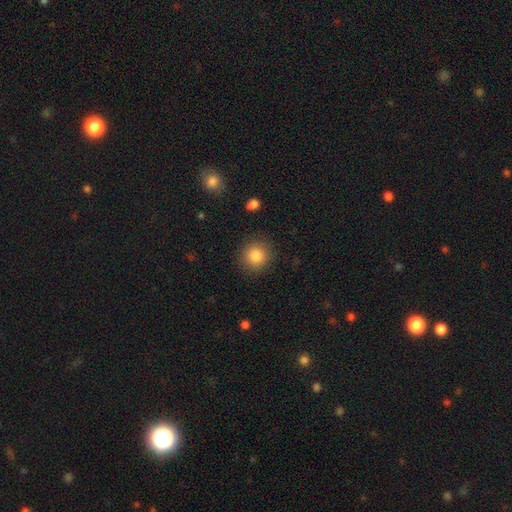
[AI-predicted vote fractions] This appears to be a smooth galaxy with no disk features (84%) that is round (91%). Merging: none (88%).